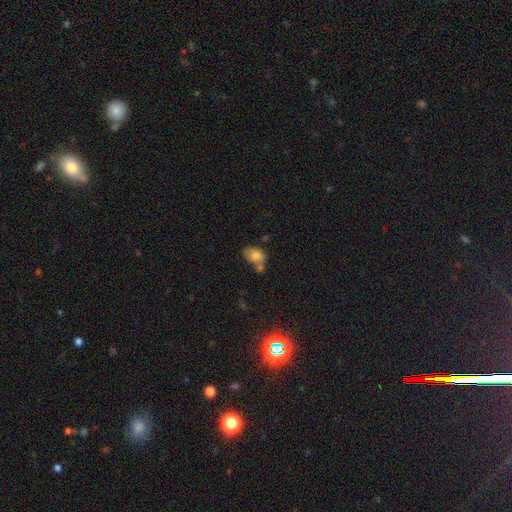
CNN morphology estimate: Overall: smooth (79%). How rounded: in between (80%). Merging: none (37%; merger 34%).